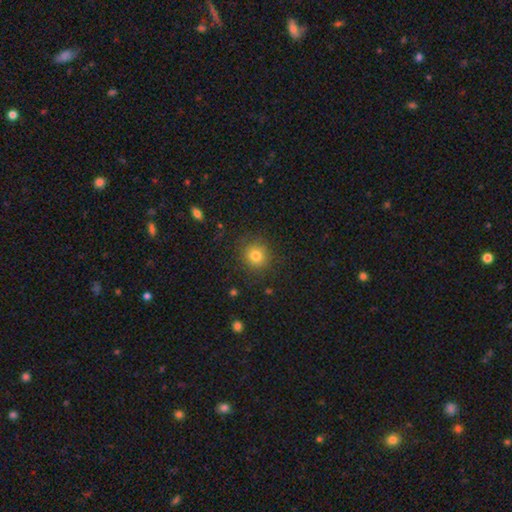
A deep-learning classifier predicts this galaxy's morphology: smooth_or_featured: smooth (p=0.79) [alt: star or artifact p=0.13]
how_rounded: round (p=0.89) [alt: in between p=0.10]
merging: none (p=0.86) [alt: minor disturbance p=0.09]